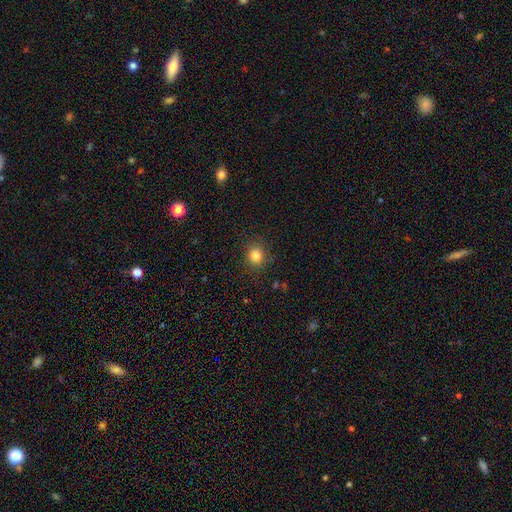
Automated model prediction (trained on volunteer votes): Overall: smooth (83%). How rounded: round (78%). Merging: none (87%).